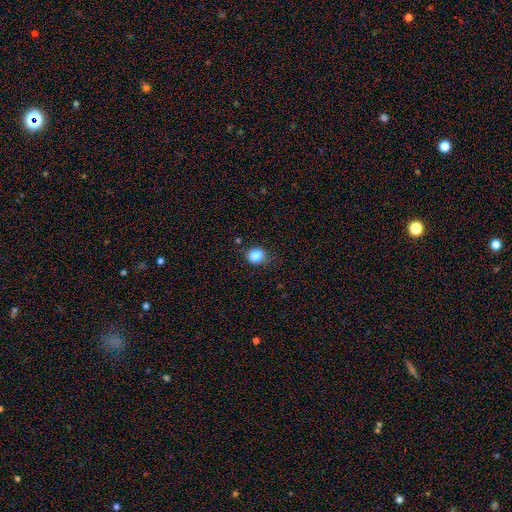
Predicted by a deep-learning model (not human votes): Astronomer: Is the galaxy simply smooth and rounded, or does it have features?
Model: smooth — 85%.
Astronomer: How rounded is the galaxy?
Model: round — 71%.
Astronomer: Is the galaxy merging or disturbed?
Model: none — 78%.